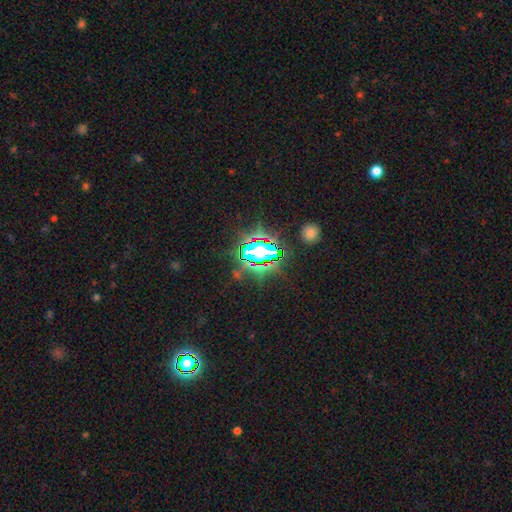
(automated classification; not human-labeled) This is likely a star or artifact rather than a galaxy (74%).